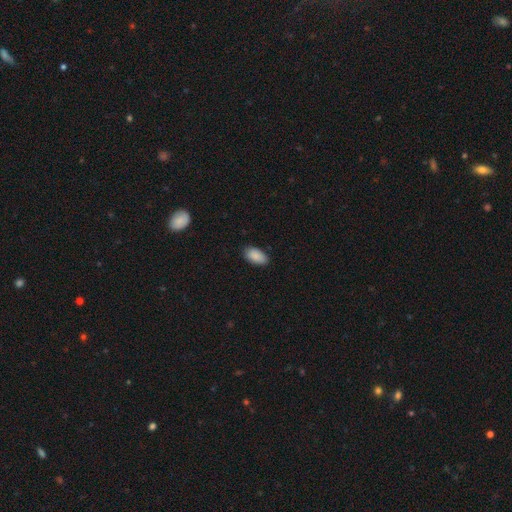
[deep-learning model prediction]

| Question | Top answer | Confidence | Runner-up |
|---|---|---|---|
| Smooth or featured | smooth | 89% | star or artifact (7%) |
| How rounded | in between | 95% | round (3%) |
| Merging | none | 85% | minor disturbance (12%) |